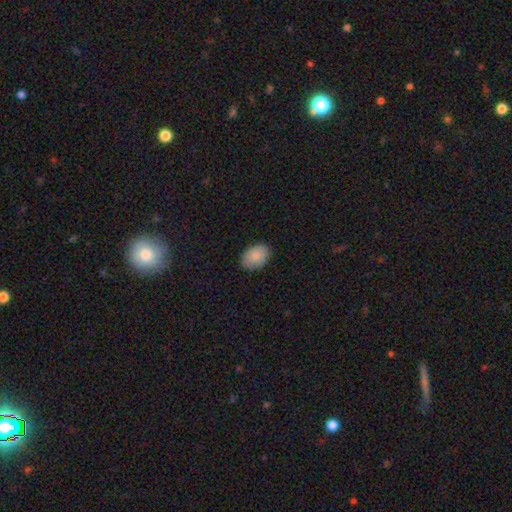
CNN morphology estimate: The model was most divided on "how rounded": in between: 86%, round: 13%, cigar-shaped: 1%. More confident: smooth or featured — smooth (89%); merging — none (85%).